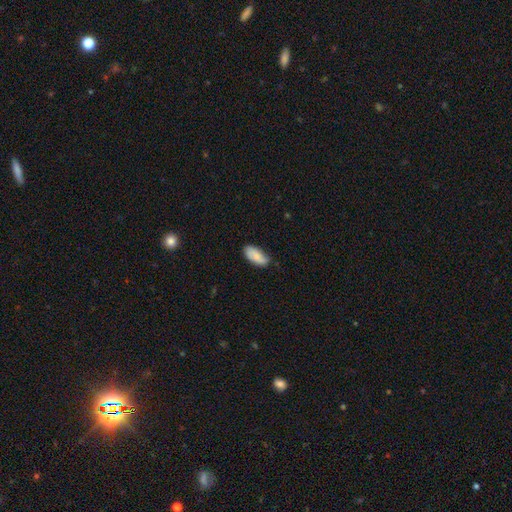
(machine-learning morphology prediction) The model was most divided on "merging": none: 75%, minor disturbance: 21%, major disturbance: 3%, merger: 1%. More confident: how rounded — in between (89%); smooth or featured — smooth (82%).